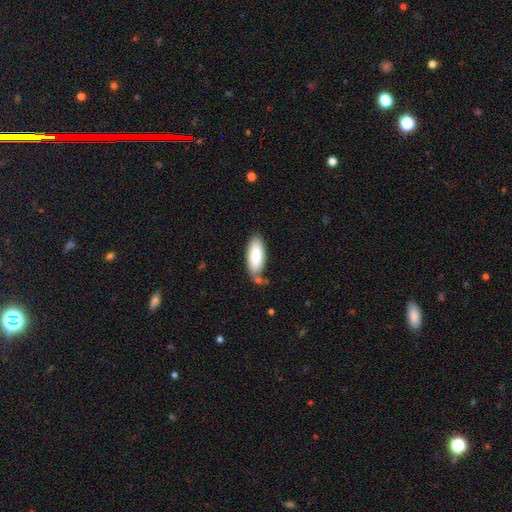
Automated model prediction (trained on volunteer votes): Q: Smooth or featured?
A: smooth (83%); runner-up: featured or disk (11%)
Q: How rounded?
A: in between (81%); runner-up: cigar-shaped (18%)
Q: Merging?
A: none (64%); runner-up: minor disturbance (21%)